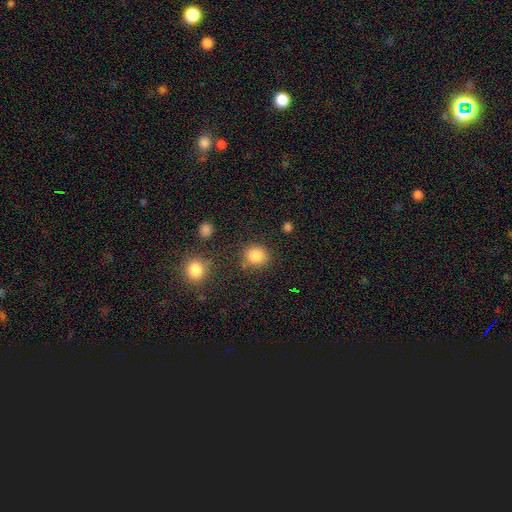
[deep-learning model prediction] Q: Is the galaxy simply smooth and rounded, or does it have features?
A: smooth — 85%.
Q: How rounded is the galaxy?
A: round — 80%.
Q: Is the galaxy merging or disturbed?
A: none — 80%.